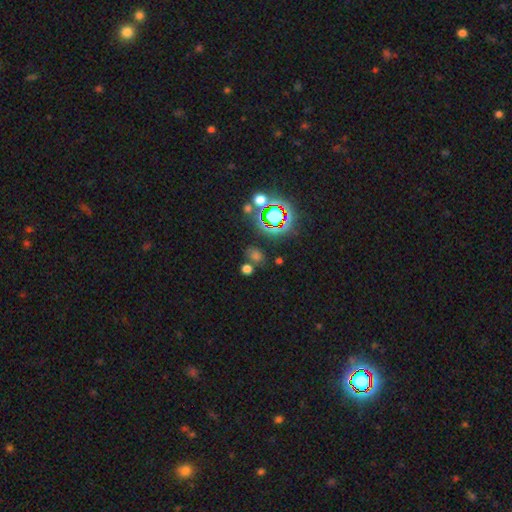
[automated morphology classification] A star or artifact, not a galaxy (48%).